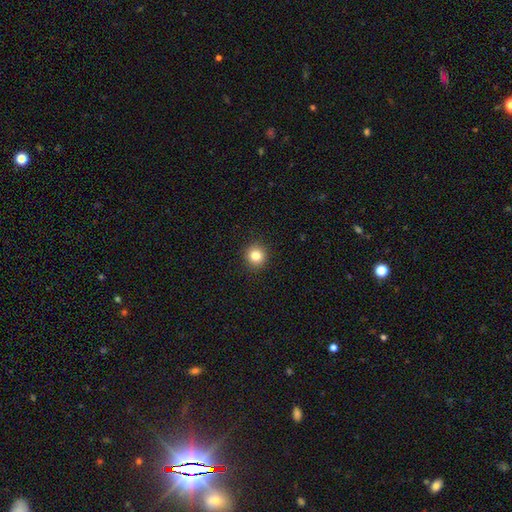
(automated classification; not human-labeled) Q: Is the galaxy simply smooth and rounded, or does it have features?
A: smooth — 82%.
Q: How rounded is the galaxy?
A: round — 93%.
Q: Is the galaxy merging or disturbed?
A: none — 92%.